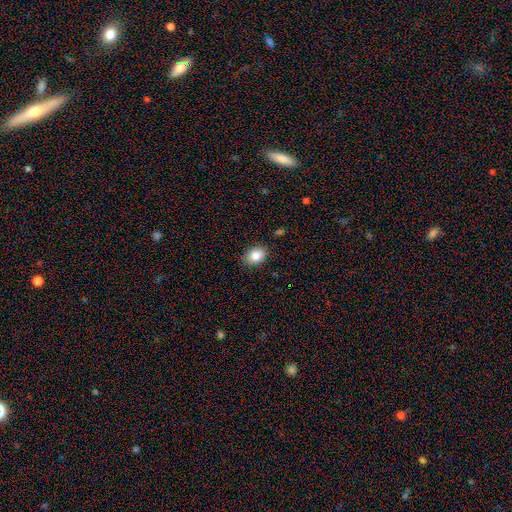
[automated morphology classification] Q: Smooth or featured?
A: smooth (83%); runner-up: star or artifact (9%)
Q: How rounded?
A: in between (65%); runner-up: round (34%)
Q: Merging?
A: none (85%); runner-up: minor disturbance (12%)